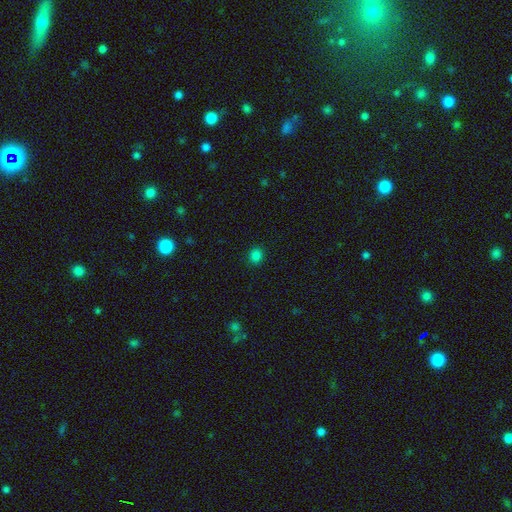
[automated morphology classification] Overall: smooth (82%). How rounded: round (76%). Merging: none (91%).